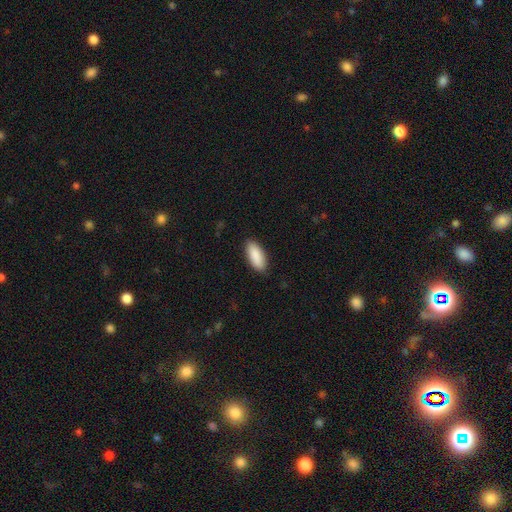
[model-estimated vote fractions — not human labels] smooth 90%, star or artifact 5%, featured or disk 5%. Down the decision tree: how rounded — in between (80%); merging — none (88%).